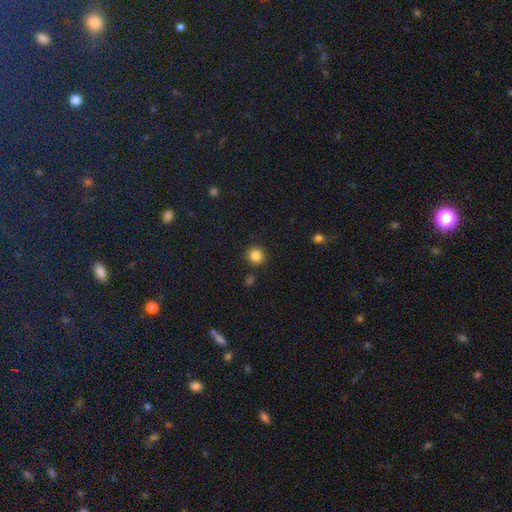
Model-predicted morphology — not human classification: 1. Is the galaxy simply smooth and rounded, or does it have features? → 84% smooth, 11% star or artifact, 4% featured or disk.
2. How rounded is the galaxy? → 92% round, 7% in between, 1% cigar-shaped.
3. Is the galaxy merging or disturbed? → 90% none, 6% minor disturbance, 2% merger, 2% major disturbance.